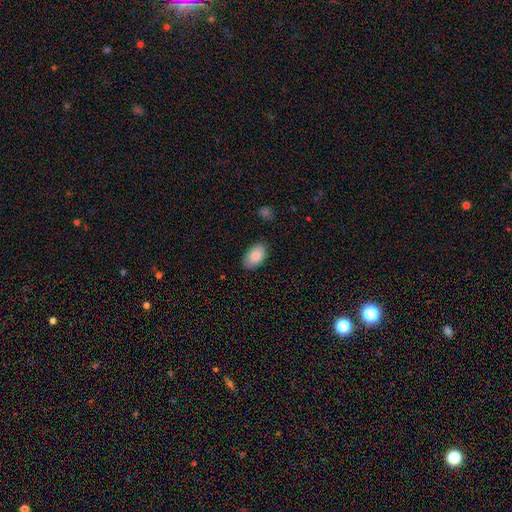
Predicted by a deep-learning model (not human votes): This is clearly a smooth galaxy (83%). How rounded: clearly in between (92%). Merging: clearly none (85%).